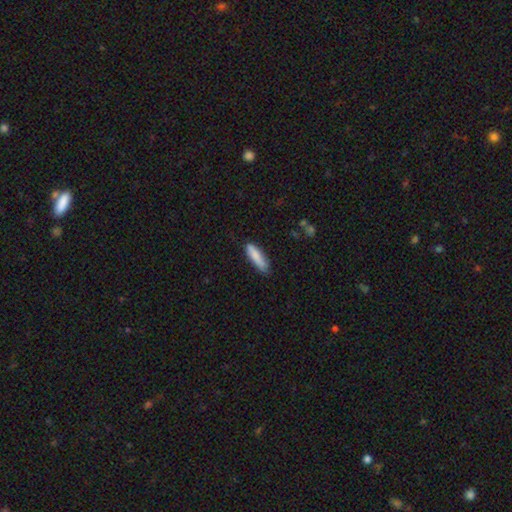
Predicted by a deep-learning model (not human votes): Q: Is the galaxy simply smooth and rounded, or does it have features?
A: smooth — 83%.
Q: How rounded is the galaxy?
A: cigar-shaped — 65%.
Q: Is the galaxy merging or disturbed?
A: none — 73%.